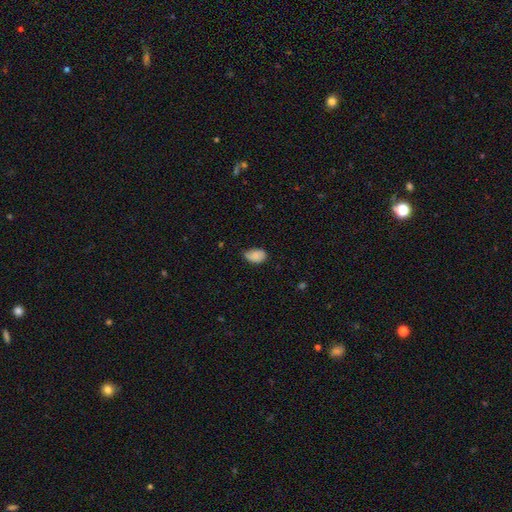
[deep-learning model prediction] The model was most divided on "merging": none: 53%, minor disturbance: 39%, major disturbance: 7%, merger: 2%. More confident: how rounded — in between (88%); smooth or featured — smooth (84%).